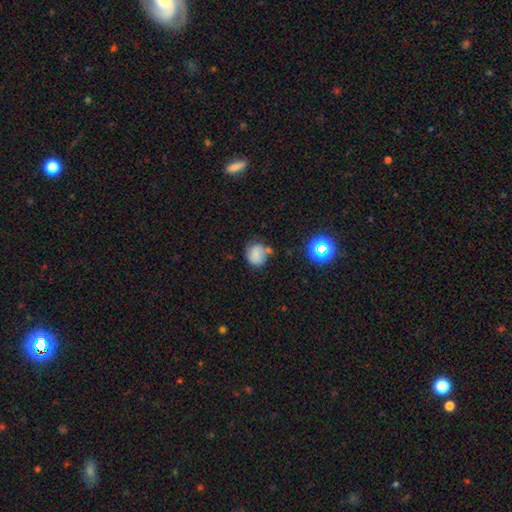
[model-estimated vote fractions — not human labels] smooth-or-featured: smooth: 71% | featured or disk: 16% | star or artifact: 13%
  how-rounded: round: 78% | in between: 21% | cigar-shaped: 1%
  merging: none: 59% | minor disturbance: 23% | merger: 10% | major disturbance: 7%